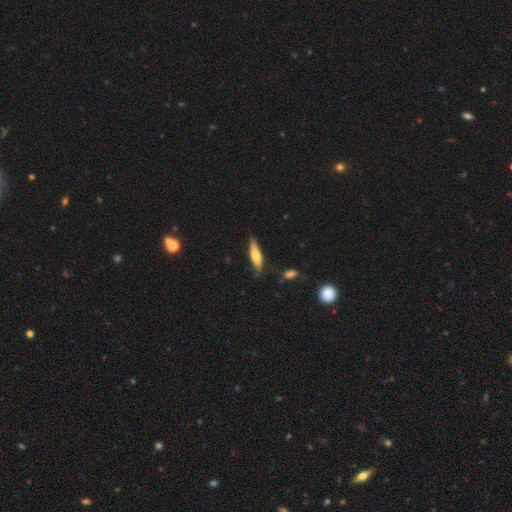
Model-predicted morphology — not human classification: Overall: smooth (61%; featured or disk 33%). How rounded: cigar-shaped (70%). Merging: none (75%).